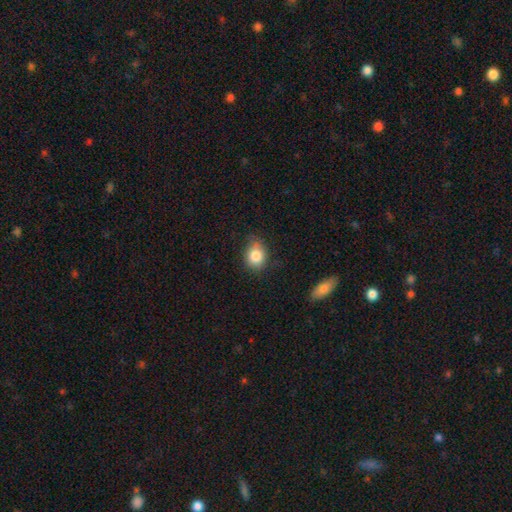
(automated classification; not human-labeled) The model was most divided on "how rounded": round: 57%, in between: 42%, cigar-shaped: 1%. More confident: smooth or featured — smooth (82%); merging — none (67%).